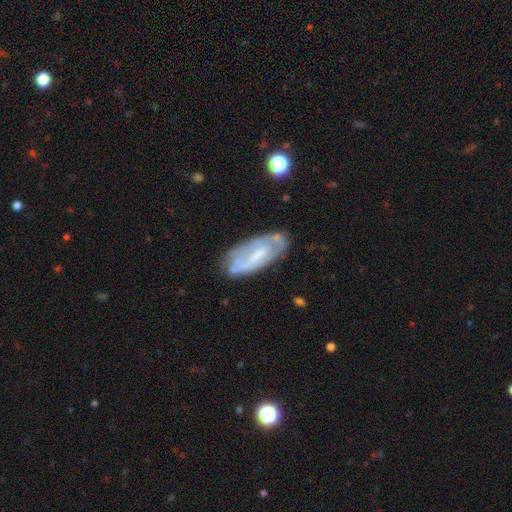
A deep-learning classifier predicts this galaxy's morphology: This appears to be a featured or disk galaxy (60%) with a weak bar (42%), spiral arms (57%) and a small central bulge (37%). Merging: none (65%).